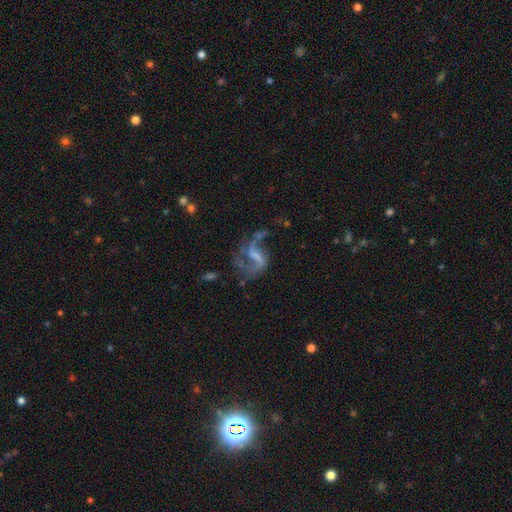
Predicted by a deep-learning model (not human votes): Overall: featured or disk (75%). Edge-on disk: no (97%). Bar: weak (43%; no 29%). Spiral arms: yes (81%). Spiral arm count: 2 (67%). Spiral winding: loose (64%; medium 29%). Bulge size: none (51%; small 25%). Merging: major disturbance (38%, tied with none).